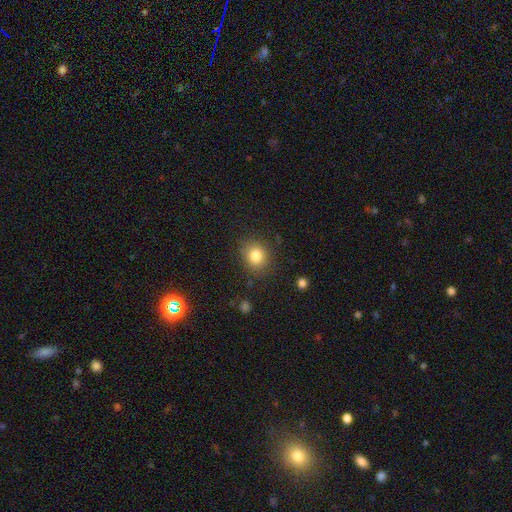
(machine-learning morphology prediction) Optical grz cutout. It shows a smooth galaxy with no disk features (81%) that is round (71%). Merging: none (83%).